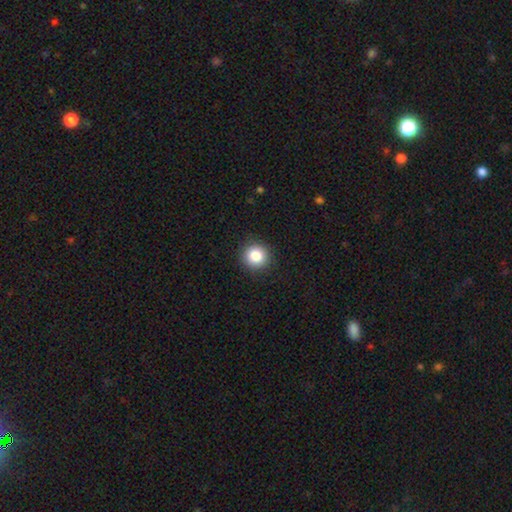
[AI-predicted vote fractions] Smooth or featured? smooth (85%)
How rounded? round (94%)
Merging? none (91%)